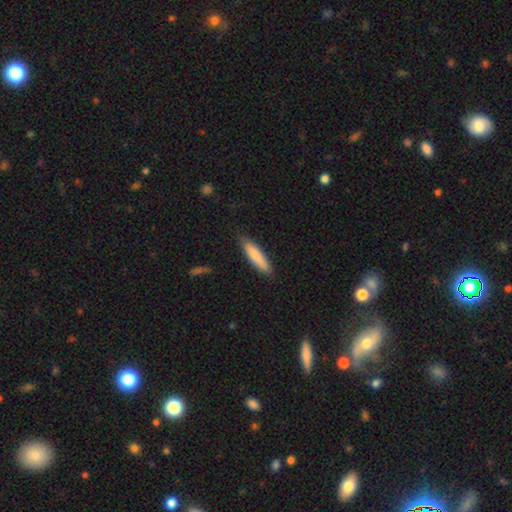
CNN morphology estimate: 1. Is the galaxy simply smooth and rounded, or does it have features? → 82% smooth, 12% featured or disk, 6% star or artifact.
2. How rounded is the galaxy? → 78% cigar-shaped, 21% in between, 1% round.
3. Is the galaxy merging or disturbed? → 85% none, 12% minor disturbance, 2% major disturbance, 1% merger.